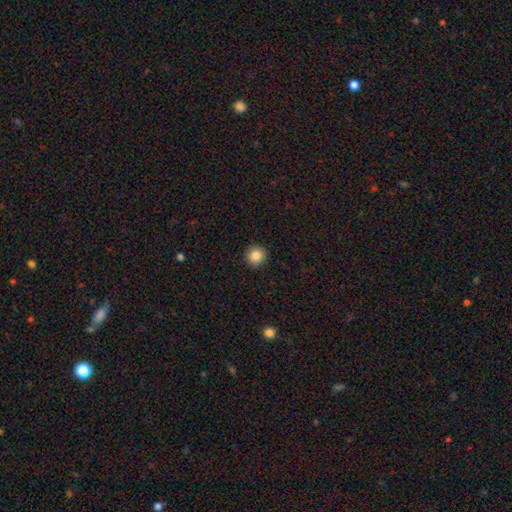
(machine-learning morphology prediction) type=smooth (86%); roundness=round (94%); merging=none (93%).